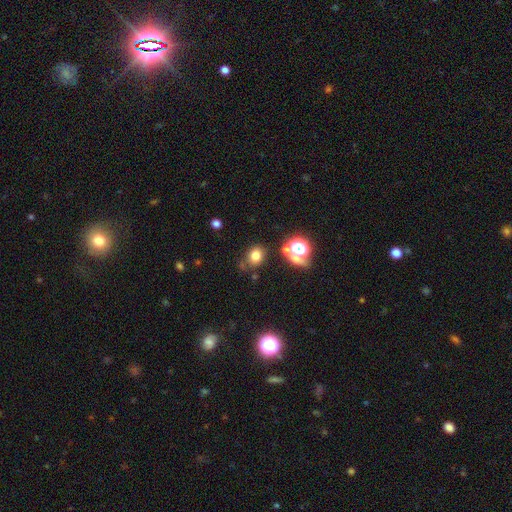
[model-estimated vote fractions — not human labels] A smooth galaxy with no disk features (73%) that is round (61%).

Vote fractions:
- Smooth or featured? smooth: 73% / star or artifact: 19% / featured or disk: 8%
- How rounded? round: 61% / in between: 38% / cigar-shaped: 1%
- Merging? none: 75% / minor disturbance: 13% / merger: 8% / major disturbance: 5%